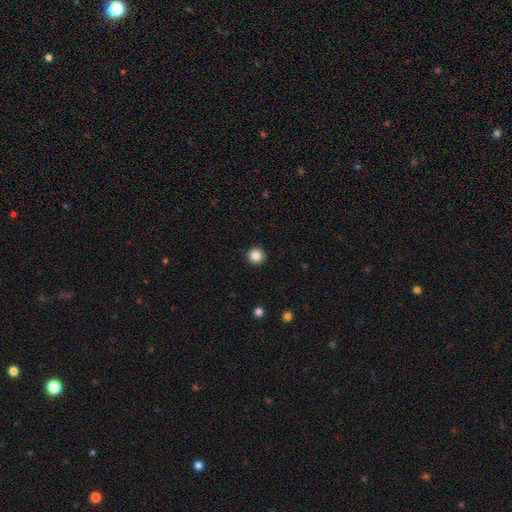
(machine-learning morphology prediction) A smooth galaxy with no disk features (86%) that is round (96%). Merging: none (93%).